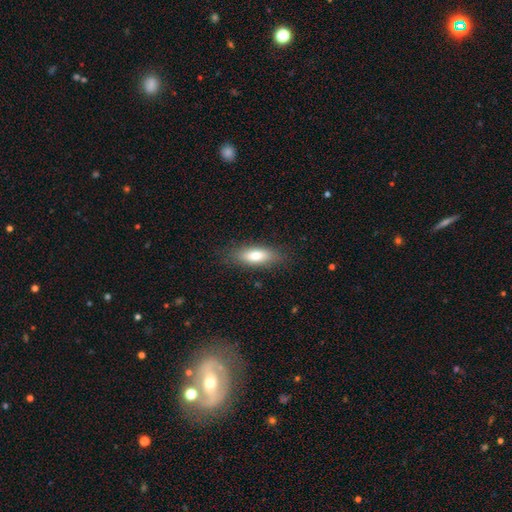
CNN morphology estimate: Smooth or featured?
  - smooth: 75% *
  - featured or disk: 18%
  - star or artifact: 7%
How rounded?
  - in between: 68% *
  - cigar-shaped: 29%
  - round: 3%
Merging?
  - none: 84% *
  - minor disturbance: 12%
  - major disturbance: 3%
  - merger: 1%